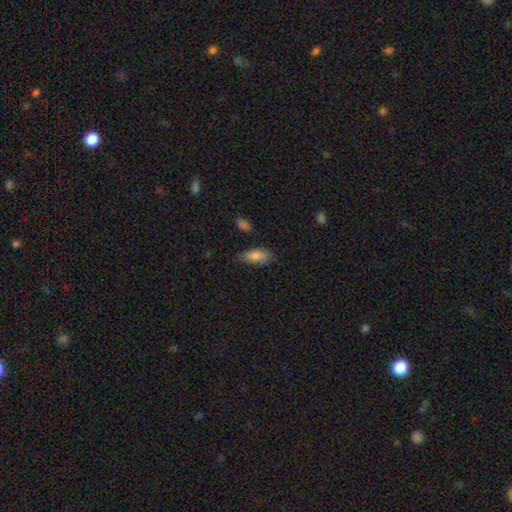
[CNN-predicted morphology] Smooth or featured: smooth — 81% (featured or disk — 12%)
How rounded: in between — 85% (cigar-shaped — 12%)
Merging: none — 72% (minor disturbance — 21%)